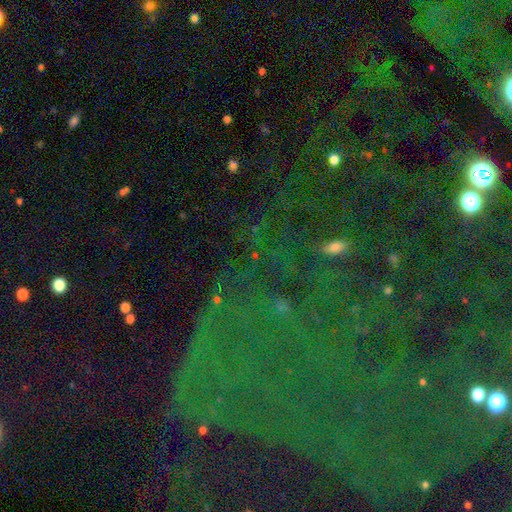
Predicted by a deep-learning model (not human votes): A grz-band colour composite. It shows a star or artifact, not a galaxy (62%).